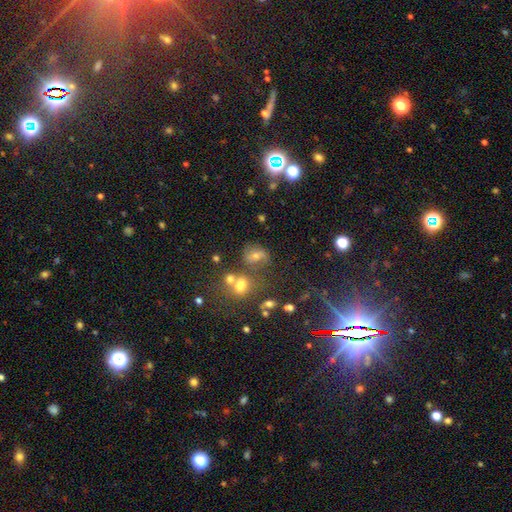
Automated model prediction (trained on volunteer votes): A smooth galaxy with no disk features (49%). Merging: none (56%).